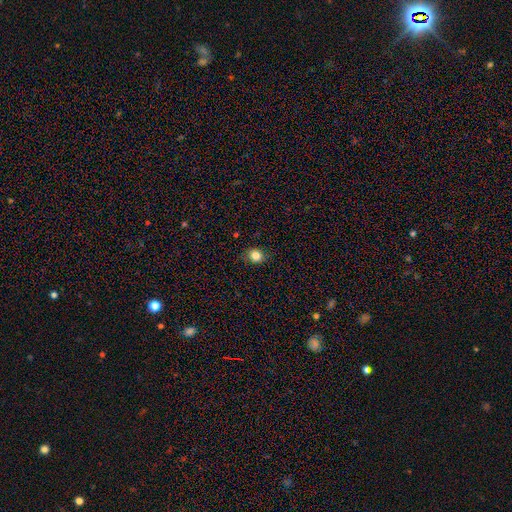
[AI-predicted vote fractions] Morphology: type=smooth (82%); roundness=round (70%); merging=none (82%).